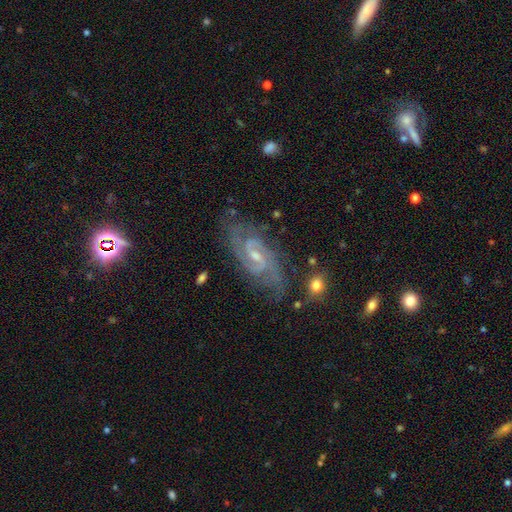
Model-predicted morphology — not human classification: This appears to be a featured or disk galaxy (88%) with a weak bar (54%), 2 (71%) medium (47%) spiral arms (98%) and a small central bulge (62%). Merging: none (77%).